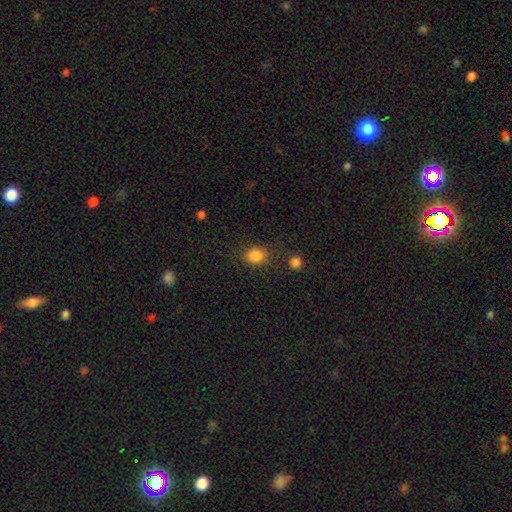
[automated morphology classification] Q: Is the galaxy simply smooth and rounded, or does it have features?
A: smooth — 85%.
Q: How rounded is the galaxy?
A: round — 50%.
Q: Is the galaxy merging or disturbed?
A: none — 77%.